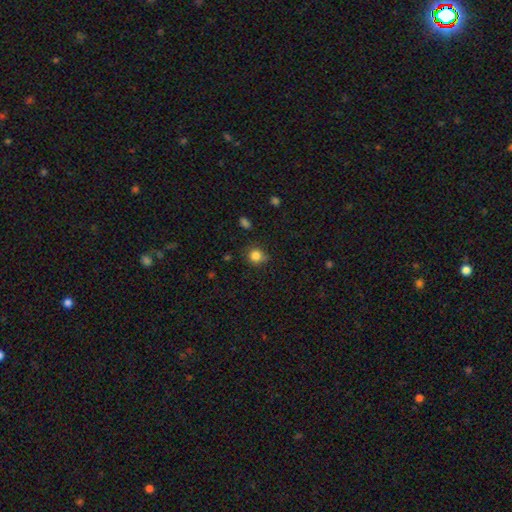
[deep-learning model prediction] Smooth or featured? Predicted: smooth (p=0.84). How rounded? Predicted: round (p=0.83). Merging? Predicted: none (p=0.74).